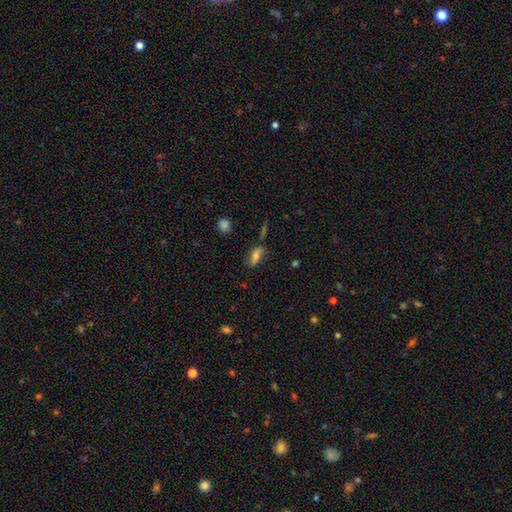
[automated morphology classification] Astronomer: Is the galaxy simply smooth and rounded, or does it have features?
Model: smooth — 58%.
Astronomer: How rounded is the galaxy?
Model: in between — 75%.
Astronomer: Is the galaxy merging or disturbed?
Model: none — 64%.